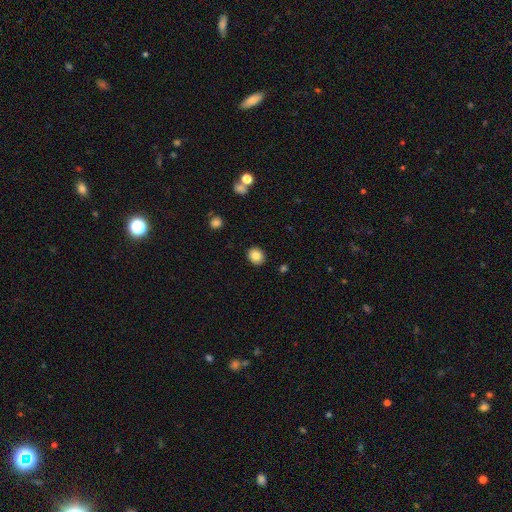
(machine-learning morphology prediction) Q: Smooth or featured?
A: smooth (84%); runner-up: star or artifact (9%)
Q: How rounded?
A: round (73%); runner-up: in between (26%)
Q: Merging?
A: none (90%); runner-up: minor disturbance (7%)